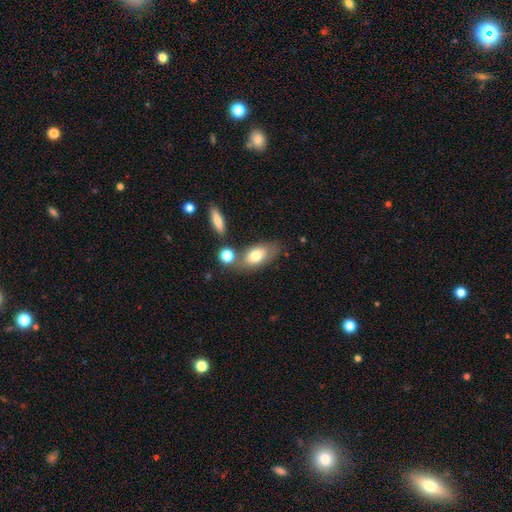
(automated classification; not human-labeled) smooth_or_featured: smooth (p=0.72) [alt: featured or disk p=0.20]
how_rounded: in between (p=0.86) [alt: round p=0.08]
merging: none (p=0.57) [alt: merger p=0.21]